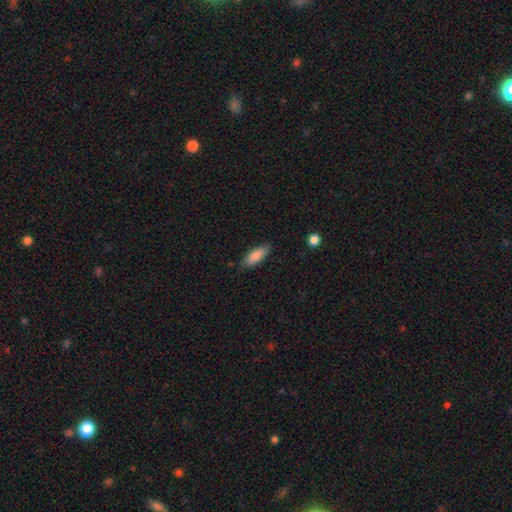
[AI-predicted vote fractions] A smooth galaxy with no disk features (86%) that is in between round and cigar-shaped (69%).

Vote fractions:
- Smooth or featured? smooth: 86% / featured or disk: 8% / star or artifact: 6%
- How rounded? in between: 69% / cigar-shaped: 29% / round: 2%
- Merging? none: 81% / minor disturbance: 15% / major disturbance: 3% / merger: 1%